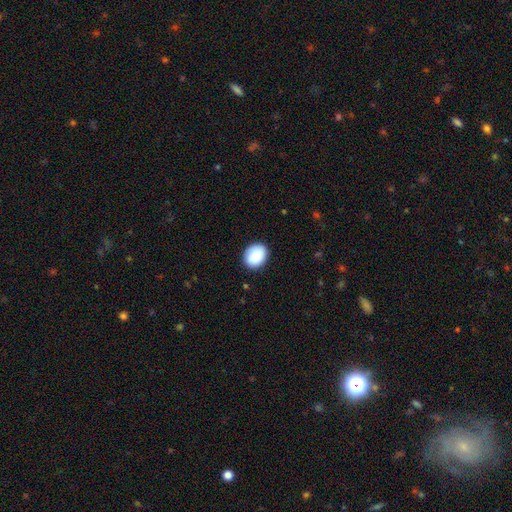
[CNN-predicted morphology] Overall: smooth (89%). How rounded: round (53%; in between 46%). Merging: none (88%).